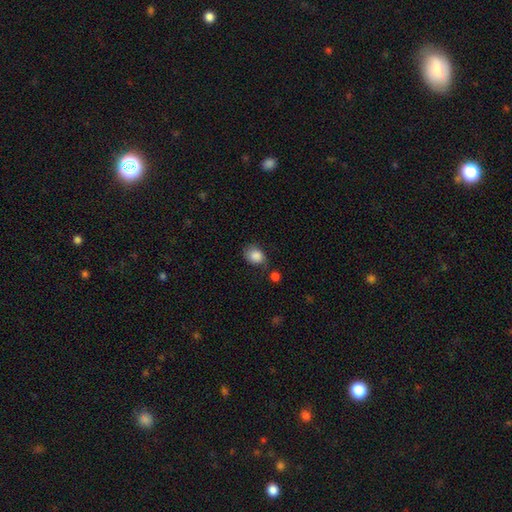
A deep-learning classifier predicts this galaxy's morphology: A smooth galaxy with no disk features (86%) that is in between round and cigar-shaped (51%).

Vote fractions:
- Smooth or featured? smooth: 86% / star or artifact: 8% / featured or disk: 6%
- How rounded? in between: 51% / round: 48% / cigar-shaped: 1%
- Merging? none: 59% / minor disturbance: 25% / merger: 9% / major disturbance: 7%